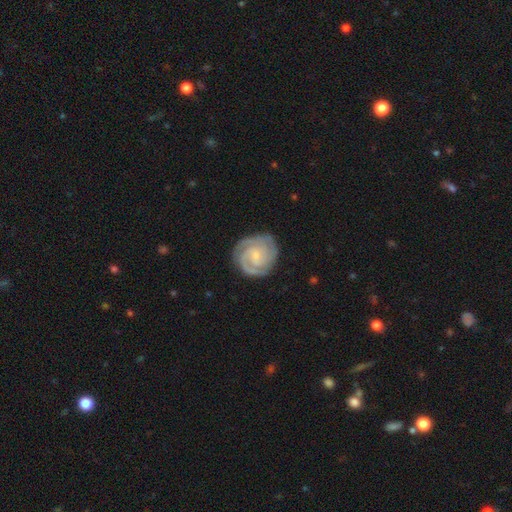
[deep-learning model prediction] featured or disk 87%, smooth 9%, star or artifact 4%. Down the decision tree: edge-on disk — no (98%); bar — no (58%); spiral arms — yes (98%); spiral arm count — 2 (42%); spiral winding — tight (72%); bulge size — small (71%); merging — none (81%).